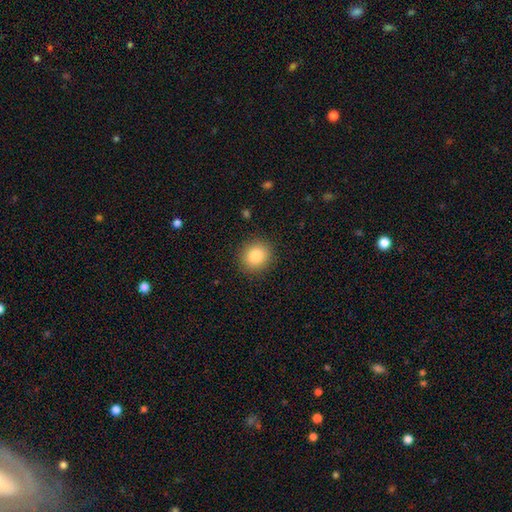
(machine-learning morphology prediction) smooth-or-featured: smooth: 85% | star or artifact: 9% | featured or disk: 6%
  how-rounded: round: 86% | in between: 13% | cigar-shaped: 1%
  merging: none: 90% | minor disturbance: 7% | major disturbance: 2% | merger: 1%